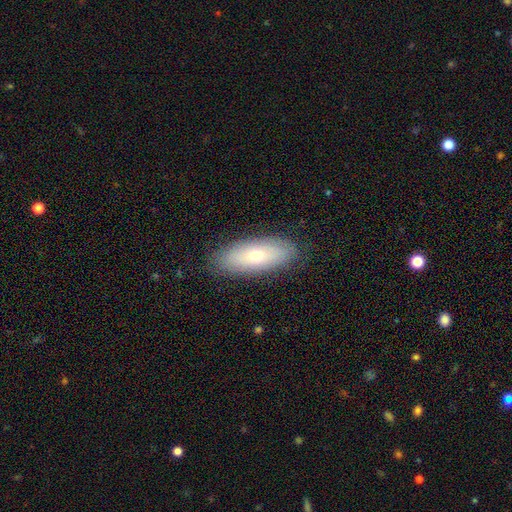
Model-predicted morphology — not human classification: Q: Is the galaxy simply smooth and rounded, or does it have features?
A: smooth — 60%.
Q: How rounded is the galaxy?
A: in between — 75%.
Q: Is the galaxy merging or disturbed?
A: none — 87%.